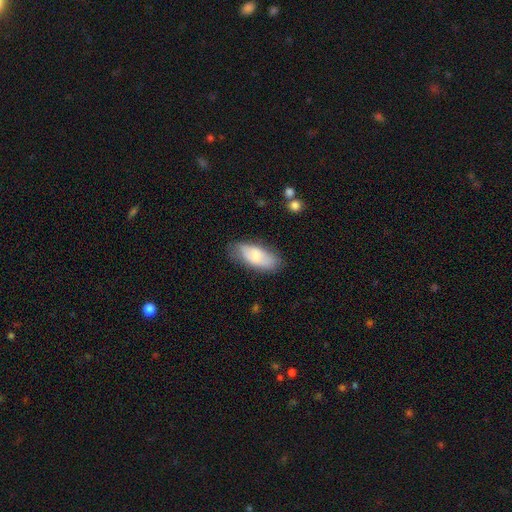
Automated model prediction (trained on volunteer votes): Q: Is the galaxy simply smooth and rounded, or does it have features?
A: smooth — 73%.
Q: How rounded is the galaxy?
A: in between — 86%.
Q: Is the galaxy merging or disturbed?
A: none — 72%.